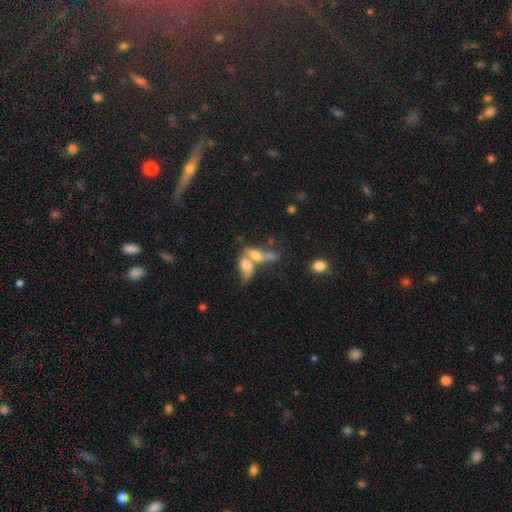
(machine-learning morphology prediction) This appears to be a smooth galaxy with no disk features (55%) that is in between round and cigar-shaped (69%). Merging: merger (63%).